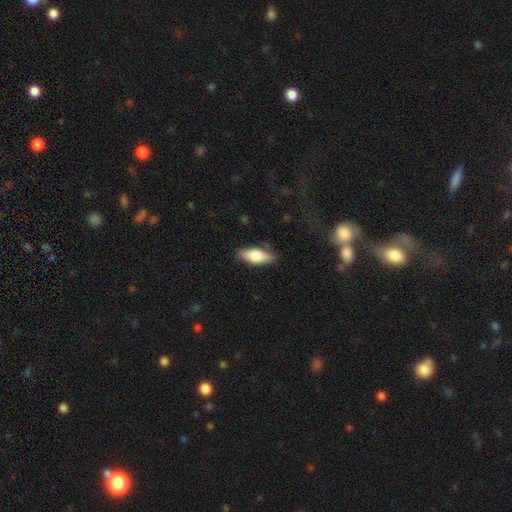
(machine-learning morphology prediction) Smooth or featured? smooth (72%)
How rounded? in between (67%)
Merging? none (83%)